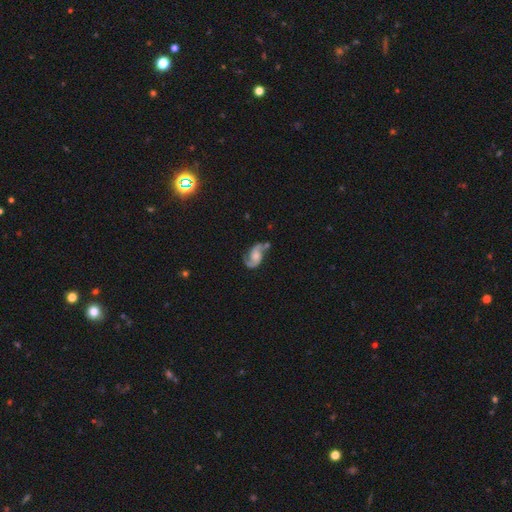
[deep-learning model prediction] Smooth or featured?
  - featured or disk: 84% *
  - smooth: 10%
  - star or artifact: 6%
Edge-on disk?
  - no: 97% *
  - yes: 3%
Bar?
  - no: 59% *
  - weak: 33%
  - strong: 8%
Spiral arms?
  - yes: 96% *
  - no: 4%
Spiral winding?
  - medium: 45% *
  - loose: 42%
  - tight: 13%
Spiral arm count?
  - 2: 91% *
  - 1: 3%
  - can't tell: 3%
  - 3: 1%
  - 4: 1%
  - more than 4: 1%
Bulge size?
  - moderate: 39% *
  - small: 26%
  - none: 17%
  - large: 16%
  - dominant: 2%
Merging?
  - none: 58% *
  - minor disturbance: 21%
  - major disturbance: 11%
  - merger: 11%